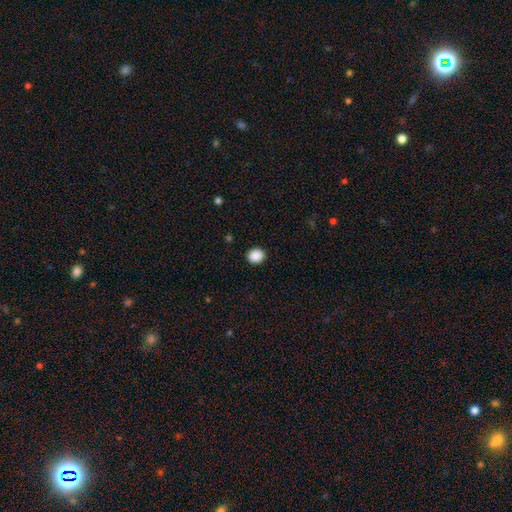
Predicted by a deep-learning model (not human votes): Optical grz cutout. It shows a smooth galaxy with no disk features (89%) that is round (71%). Merging: none (92%).